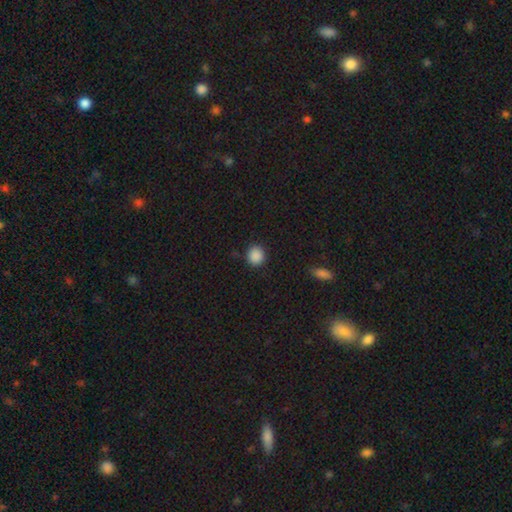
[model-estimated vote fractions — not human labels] Smooth or featured: smooth — 88% (star or artifact — 9%)
How rounded: round — 88% (in between — 11%)
Merging: none — 88% (minor disturbance — 8%)